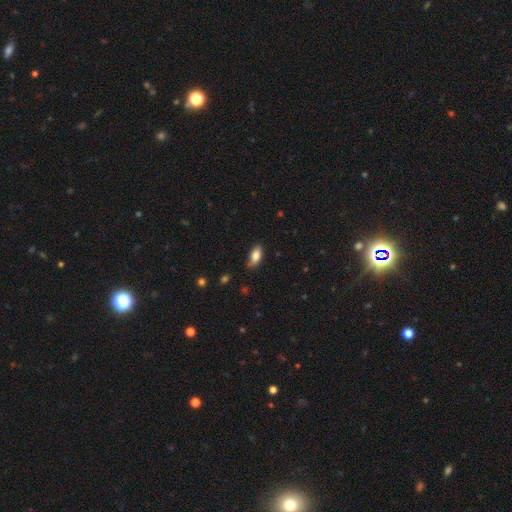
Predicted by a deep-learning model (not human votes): This appears to be a smooth galaxy with no disk features (82%) that is in between round and cigar-shaped (88%). Merging: none (77%).